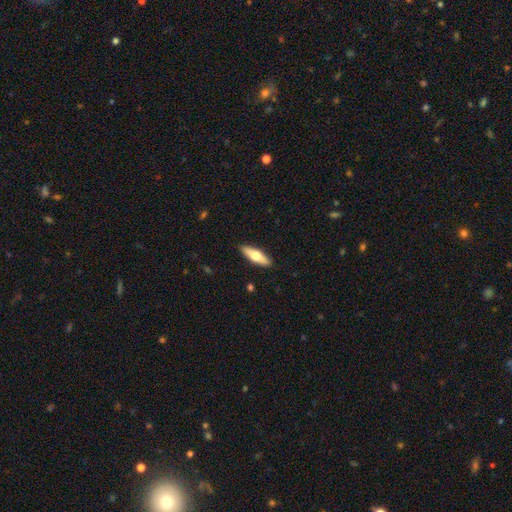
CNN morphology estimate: Overall: smooth (50%; featured or disk 45%). Merging: none (90%).